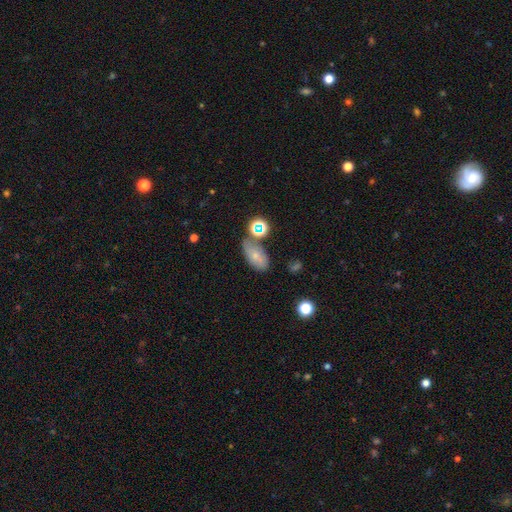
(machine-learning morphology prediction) A smooth galaxy with no disk features (65%) that is in between round and cigar-shaped (88%). Merging: none (55%).